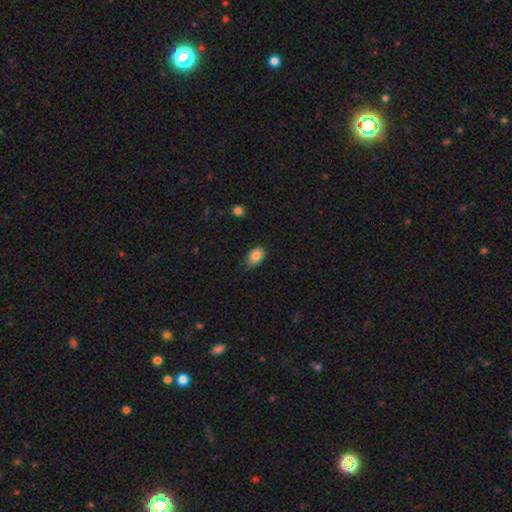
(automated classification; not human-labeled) A smooth galaxy with no disk features (86%) that is in between round and cigar-shaped (86%). Merging: none (68%).